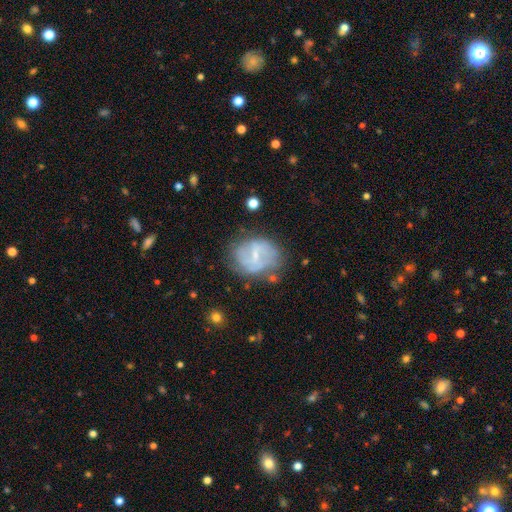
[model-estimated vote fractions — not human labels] smooth-or-featured: featured or disk: 66% | smooth: 26% | star or artifact: 8%
  disk-edge-on: no: 97% | yes: 3%
    bar: weak: 56% | no: 27% | strong: 17%
    has-spiral-arms: yes: 72% | no: 28%
    bulge-size: small: 68% | moderate: 20% | none: 9% | large: 1% | dominant: 1%
  merging: none: 60% | minor disturbance: 24% | major disturbance: 12% | merger: 4%